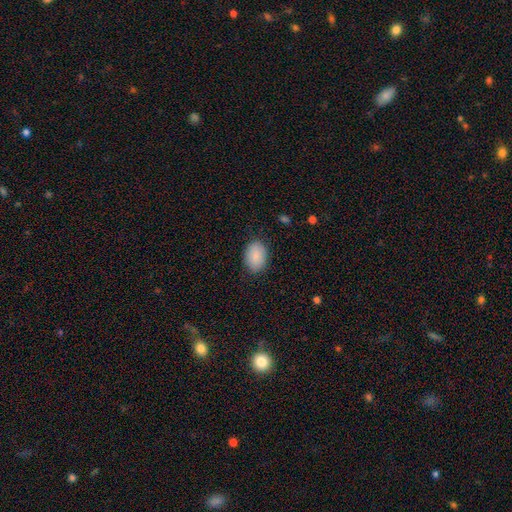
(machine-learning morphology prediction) Smooth or featured: smooth — 88% (star or artifact — 6%)
How rounded: in between — 82% (round — 17%)
Merging: none — 85% (minor disturbance — 12%)